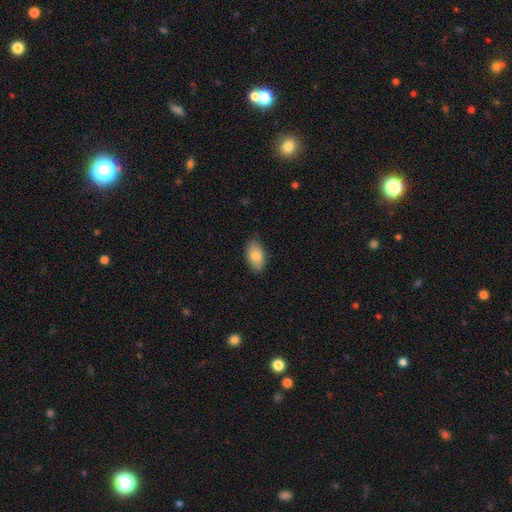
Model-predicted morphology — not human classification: type=smooth (82%); roundness=in between (93%); merging=none (85%).